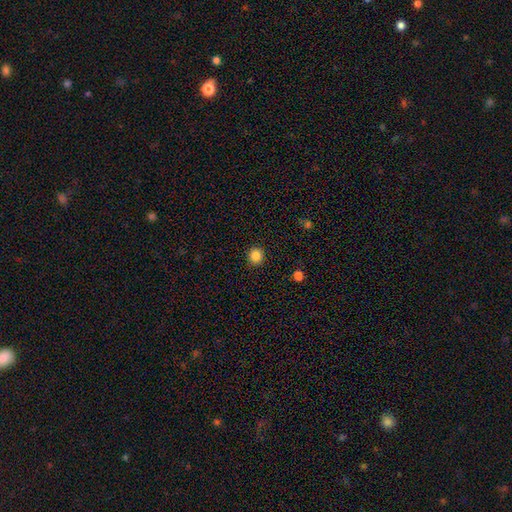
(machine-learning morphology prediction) Smooth or featured? smooth (86%)
How rounded? round (92%)
Merging? none (92%)